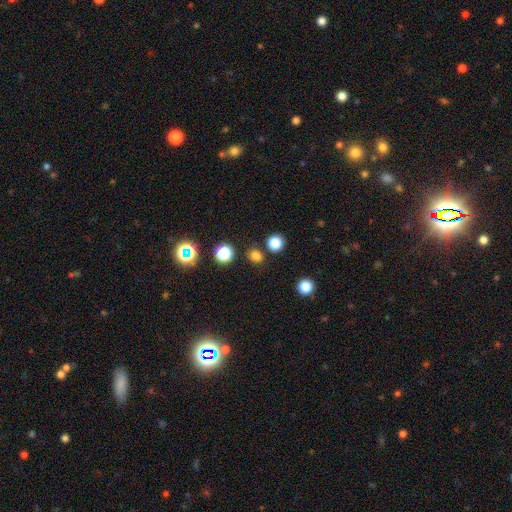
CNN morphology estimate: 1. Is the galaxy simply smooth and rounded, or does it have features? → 73% smooth, 22% star or artifact, 5% featured or disk.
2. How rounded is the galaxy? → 75% round, 24% in between, 1% cigar-shaped.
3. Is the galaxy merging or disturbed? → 80% none, 9% minor disturbance, 7% merger, 3% major disturbance.